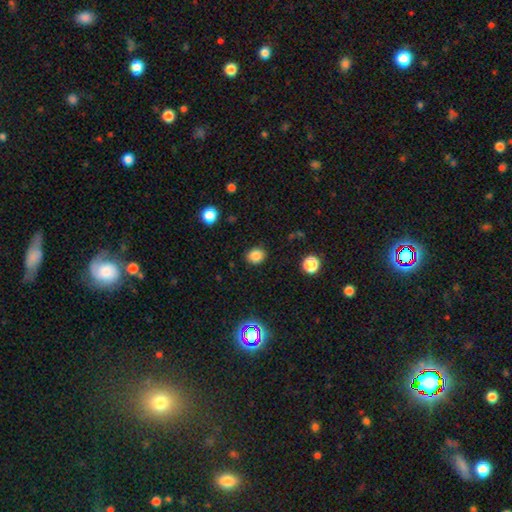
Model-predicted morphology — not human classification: Smooth or featured: smooth — 84% (star or artifact — 12%)
How rounded: round — 70% (in between — 29%)
Merging: none — 88% (minor disturbance — 8%)